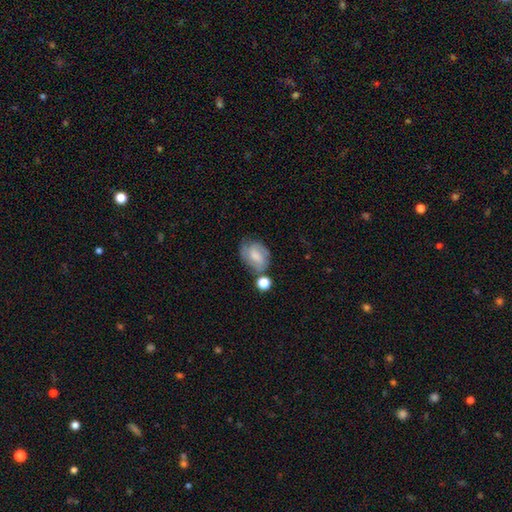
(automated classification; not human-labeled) smooth_or_featured: smooth (p=0.51) [alt: featured or disk p=0.40]
how_rounded: in between (p=0.68) [alt: round p=0.31]
merging: none (p=0.52) [alt: minor disturbance p=0.24]